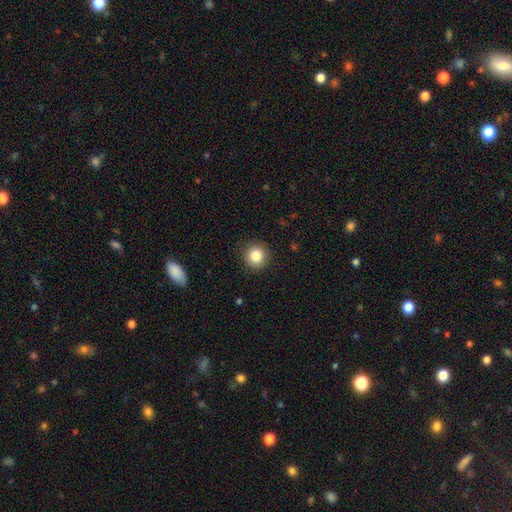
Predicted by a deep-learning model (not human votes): Morphology: type=smooth (85%); roundness=round (91%); merging=none (89%).